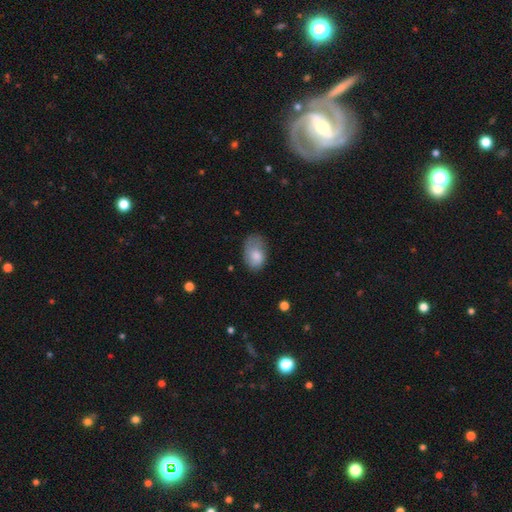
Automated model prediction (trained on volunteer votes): Q: Smooth or featured?
A: smooth (79%); runner-up: featured or disk (14%)
Q: How rounded?
A: in between (87%); runner-up: round (12%)
Q: Merging?
A: none (47%); runner-up: minor disturbance (36%)